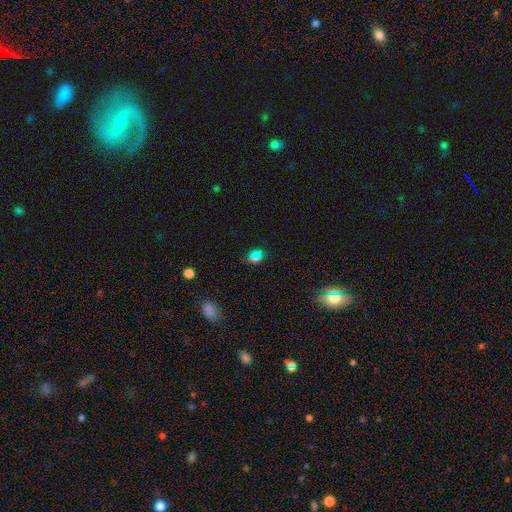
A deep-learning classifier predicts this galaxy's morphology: Smooth or featured? Predicted: smooth (p=0.51). How rounded? Predicted: in between (p=0.53). Merging? Predicted: none (p=0.77).